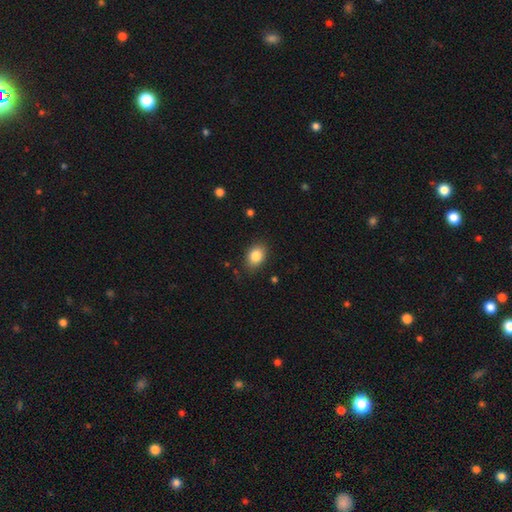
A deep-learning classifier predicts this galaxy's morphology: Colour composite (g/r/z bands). It shows a smooth galaxy with no disk features (84%) that is in between round and cigar-shaped (74%). Merging: none (84%).